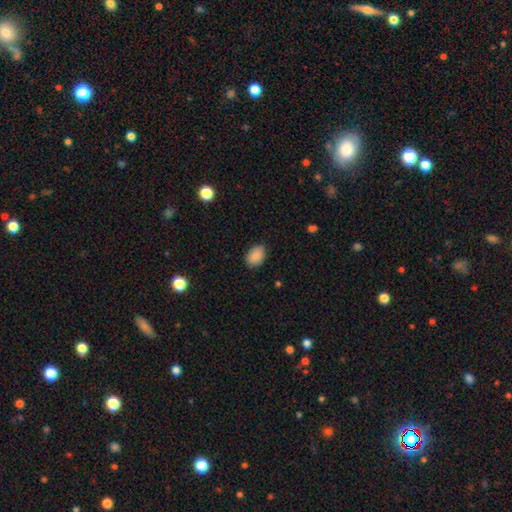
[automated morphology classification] A smooth galaxy with no disk features (89%) that is in between round and cigar-shaped (83%).

Vote fractions:
- Smooth or featured? smooth: 89% / star or artifact: 7% / featured or disk: 3%
- How rounded? in between: 83% / round: 15% / cigar-shaped: 1%
- Merging? none: 86% / minor disturbance: 10% / major disturbance: 2% / merger: 1%